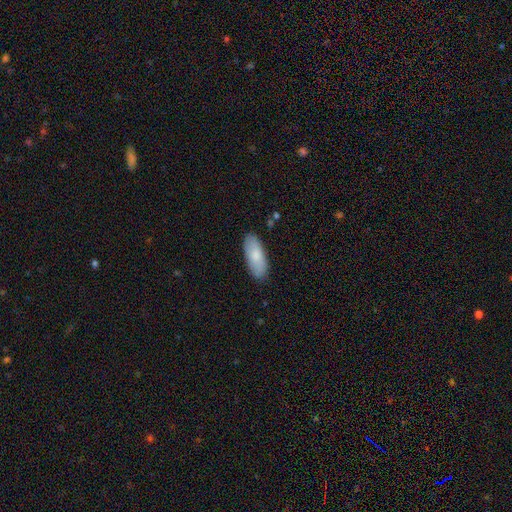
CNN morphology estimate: smooth_or_featured: smooth (p=0.82) [alt: featured or disk p=0.13]
how_rounded: in between (p=0.80) [alt: cigar-shaped p=0.18]
merging: none (p=0.85) [alt: minor disturbance p=0.12]